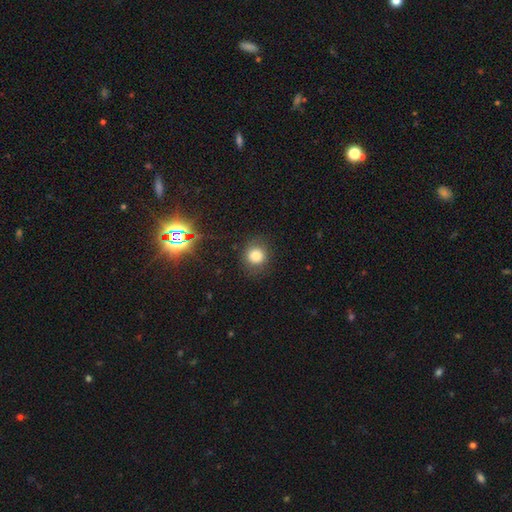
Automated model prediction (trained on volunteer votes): Q: Smooth or featured?
A: smooth (76%); runner-up: star or artifact (15%)
Q: How rounded?
A: round (86%); runner-up: in between (13%)
Q: Merging?
A: none (82%); runner-up: minor disturbance (12%)